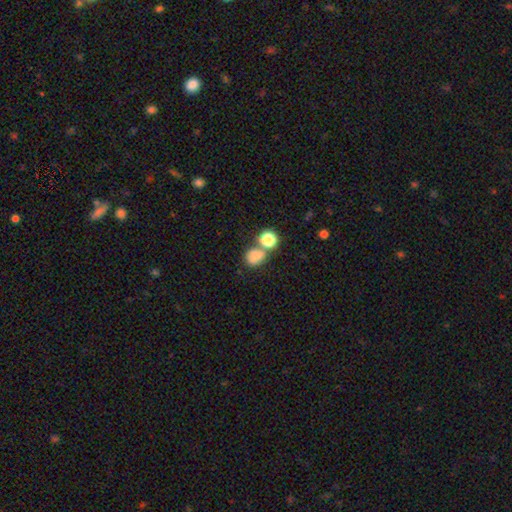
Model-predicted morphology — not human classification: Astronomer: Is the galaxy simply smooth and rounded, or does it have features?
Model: smooth — 77%.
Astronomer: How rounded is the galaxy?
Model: round — 57% (runner-up: in between, 41%).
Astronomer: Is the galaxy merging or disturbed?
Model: none — 44% (runner-up: merger, 38%).